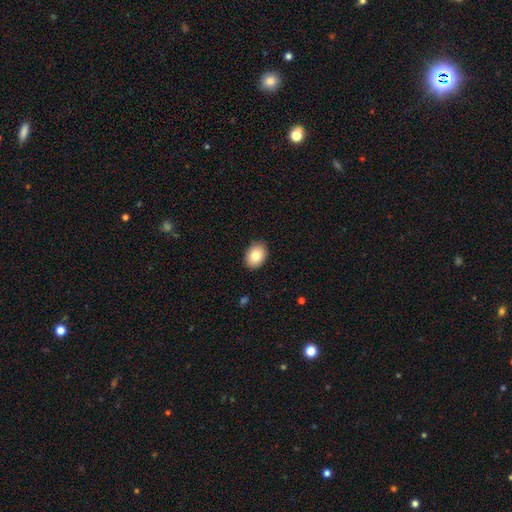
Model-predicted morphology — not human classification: This appears to be a smooth galaxy with no disk features (81%) that is in between round and cigar-shaped (73%). Merging: none (89%).